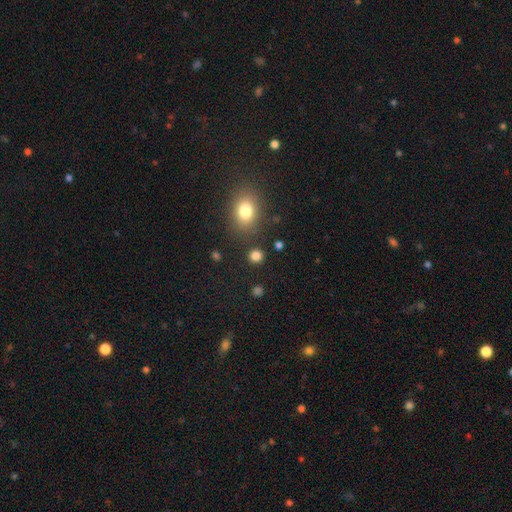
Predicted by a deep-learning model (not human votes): Smooth or featured? smooth (82%)
How rounded? round (84%)
Merging? none (86%)